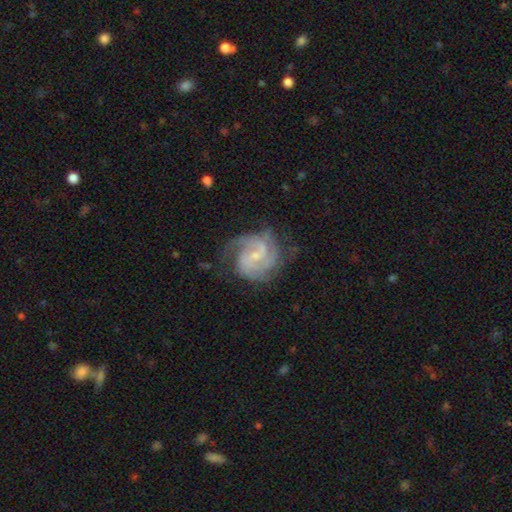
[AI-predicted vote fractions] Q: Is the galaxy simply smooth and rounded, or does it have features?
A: featured or disk — 88%.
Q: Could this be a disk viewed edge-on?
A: no — 98%.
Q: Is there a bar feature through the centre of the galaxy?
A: weak — 52%.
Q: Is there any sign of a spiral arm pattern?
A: yes — 97%.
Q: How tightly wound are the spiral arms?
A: tight — 48%.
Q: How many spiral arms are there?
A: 2 — 36%.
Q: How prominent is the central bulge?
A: small — 67%.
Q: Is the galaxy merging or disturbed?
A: none — 69%.